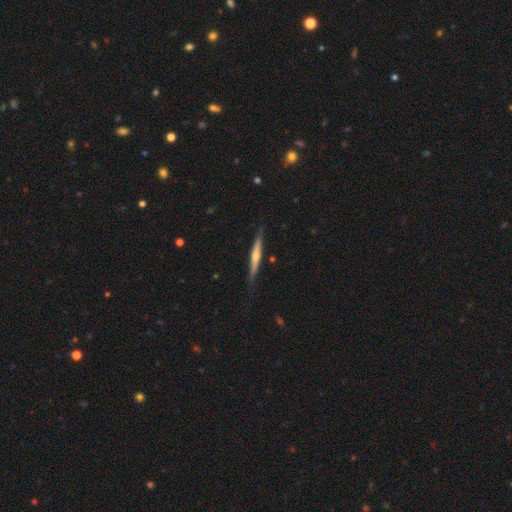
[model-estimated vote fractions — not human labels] Overall: featured or disk (65%; smooth 30%). Edge-on disk: yes (97%). Edge-on bulge: rounded (74%). Merging: none (84%).